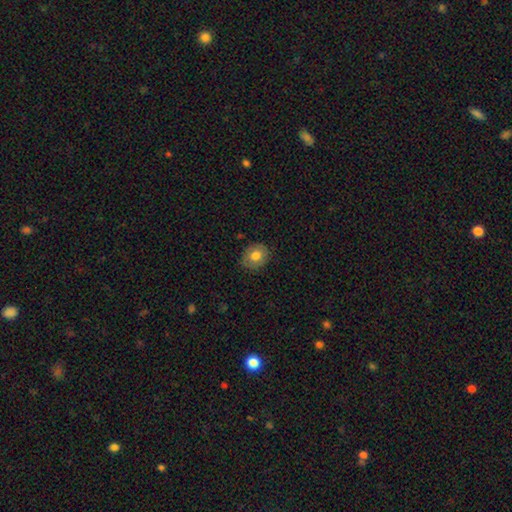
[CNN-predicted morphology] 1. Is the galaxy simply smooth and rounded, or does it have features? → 74% smooth, 18% featured or disk, 8% star or artifact.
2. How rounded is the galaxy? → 64% round, 35% in between, 1% cigar-shaped.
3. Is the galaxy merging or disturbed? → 82% none, 14% minor disturbance, 3% major disturbance, 1% merger.